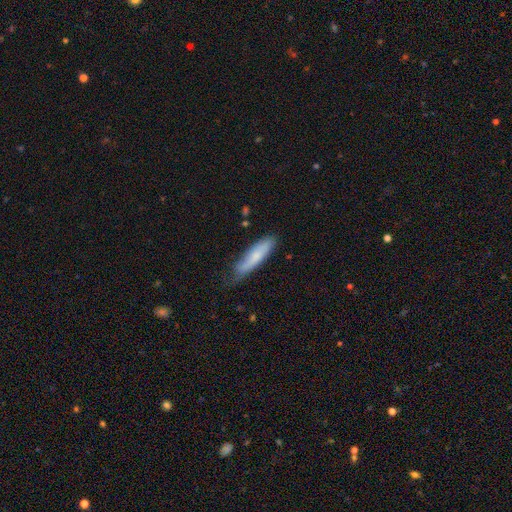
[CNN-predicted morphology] A smooth galaxy with no disk features (72%) that is cigar-shaped (77%).

Vote fractions:
- Smooth or featured? smooth: 72% / featured or disk: 23% / star or artifact: 6%
- How rounded? cigar-shaped: 77% / in between: 22% / round: 1%
- Merging? none: 63% / minor disturbance: 30% / major disturbance: 5% / merger: 2%